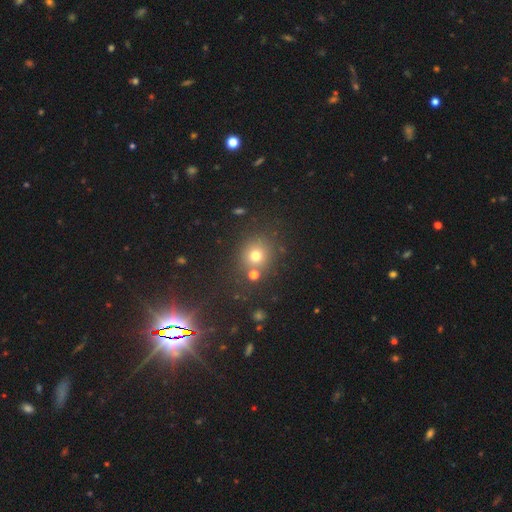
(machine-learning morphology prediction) smooth_or_featured: smooth (p=0.71) [alt: star or artifact p=0.20]
how_rounded: round (p=0.84) [alt: in between p=0.15]
merging: none (p=0.74) [alt: merger p=0.12]